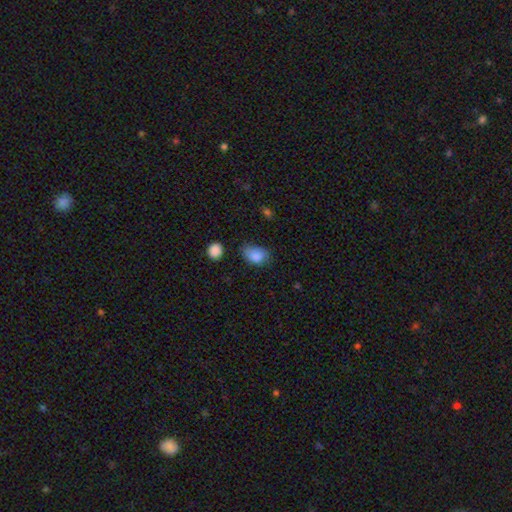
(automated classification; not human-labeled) Smooth or featured? smooth (85%)
How rounded? in between (81%)
Merging? none (55%)